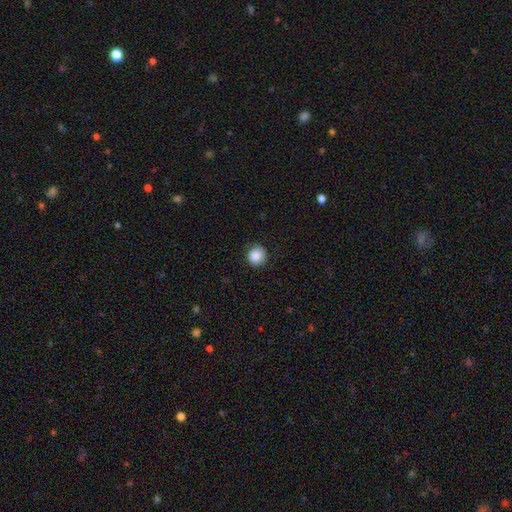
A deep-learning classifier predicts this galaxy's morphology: A smooth galaxy with no disk features (88%) that is round (90%).

Vote fractions:
- Smooth or featured? smooth: 88% / star or artifact: 9% / featured or disk: 3%
- How rounded? round: 90% / in between: 9% / cigar-shaped: 1%
- Merging? none: 87% / minor disturbance: 10% / major disturbance: 2% / merger: 1%